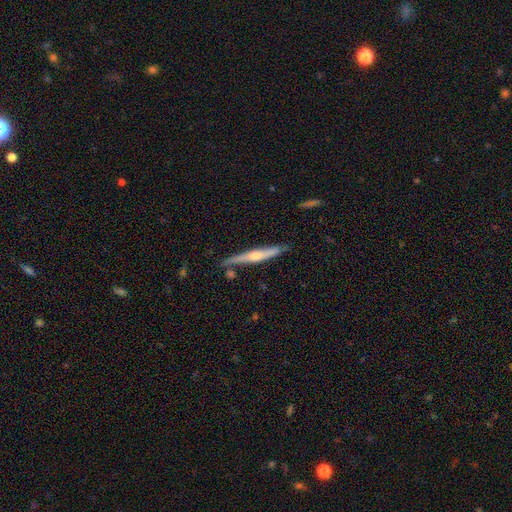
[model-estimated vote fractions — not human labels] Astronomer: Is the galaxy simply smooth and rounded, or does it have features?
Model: featured or disk — 65%.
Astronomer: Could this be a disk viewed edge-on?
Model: yes — 96%.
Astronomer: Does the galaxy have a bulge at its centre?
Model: rounded — 83%.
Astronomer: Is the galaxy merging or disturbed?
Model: none — 79%.